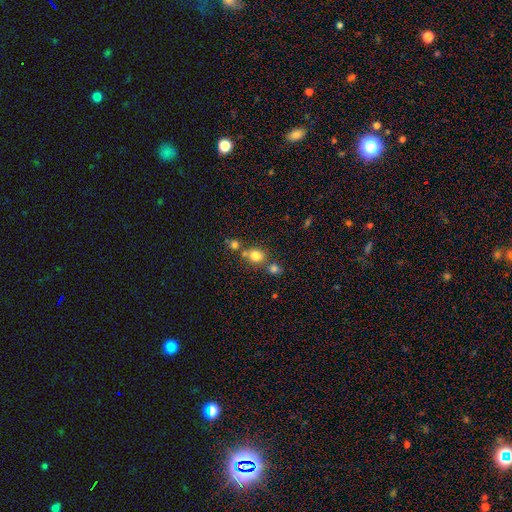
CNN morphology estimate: This appears to be a smooth galaxy with no disk features (77%) that is round (73%). Merging: none (55%).